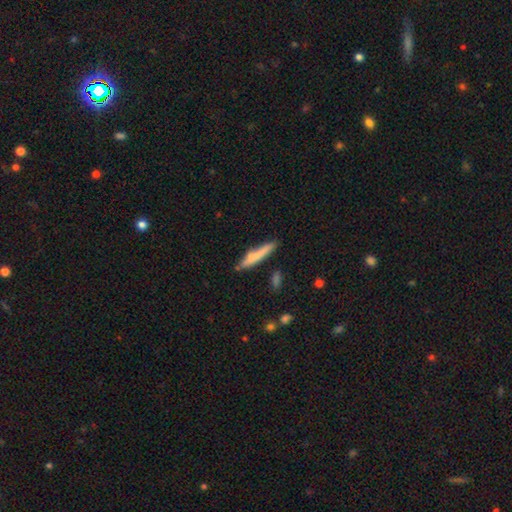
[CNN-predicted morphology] This appears to be a smooth galaxy with no disk features (70%) that is cigar-shaped (90%). Merging: none (69%).